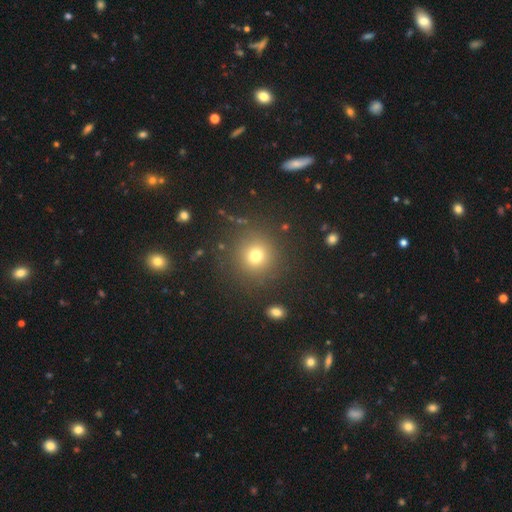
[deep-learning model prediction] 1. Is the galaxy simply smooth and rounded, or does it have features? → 74% smooth, 17% star or artifact, 8% featured or disk.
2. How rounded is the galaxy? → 93% round, 6% in between, 1% cigar-shaped.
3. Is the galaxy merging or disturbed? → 88% none, 7% minor disturbance, 4% major disturbance, 2% merger.